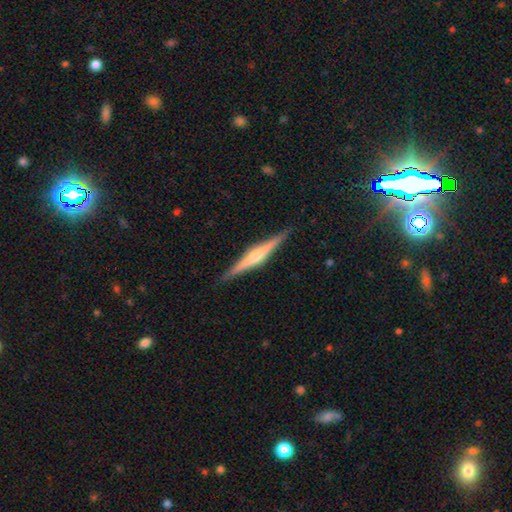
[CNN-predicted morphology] Smooth or featured? Predicted: featured or disk (p=0.75). Edge-on disk? Predicted: yes (p=0.98). Edge-on bulge? Predicted: rounded (p=0.75). Merging? Predicted: none (p=0.90).